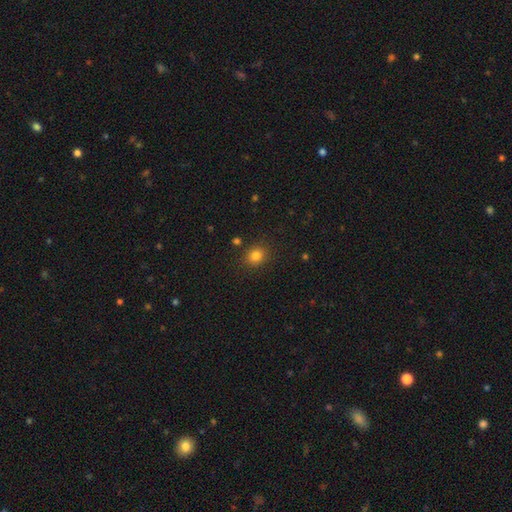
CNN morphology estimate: Smooth or featured? smooth (81%)
How rounded? round (72%)
Merging? none (85%)